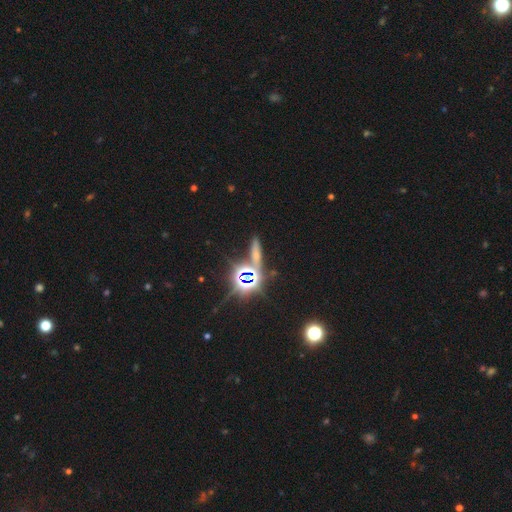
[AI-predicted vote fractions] A star or artifact, not a galaxy (49%).